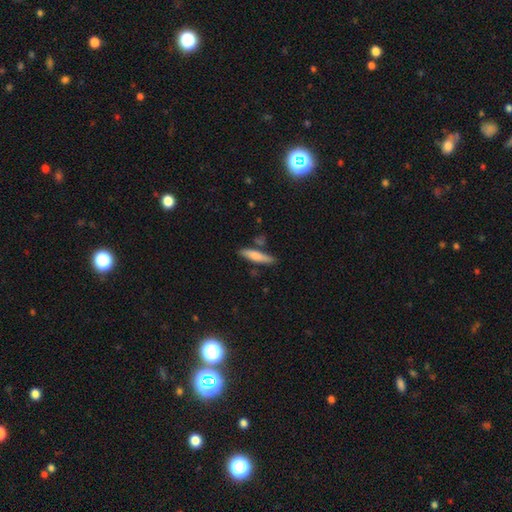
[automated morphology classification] smooth 74%, featured or disk 20%, star or artifact 6%. Down the decision tree: how rounded — cigar-shaped (82%); merging — none (77%).